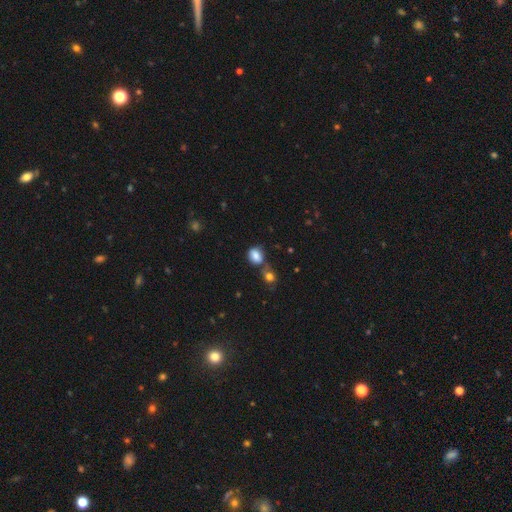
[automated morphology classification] smooth-or-featured: smooth: 81% | star or artifact: 11% | featured or disk: 8%
  how-rounded: in between: 57% | round: 42% | cigar-shaped: 2%
  merging: none: 51% | merger: 25% | minor disturbance: 18% | major disturbance: 6%